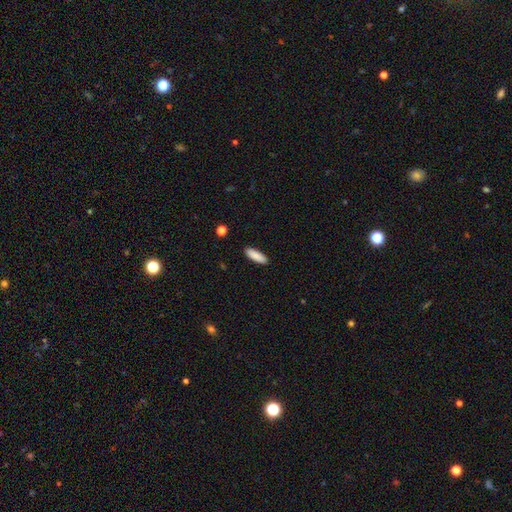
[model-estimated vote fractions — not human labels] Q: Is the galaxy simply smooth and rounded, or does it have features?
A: smooth — 88%.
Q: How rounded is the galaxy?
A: cigar-shaped — 51%.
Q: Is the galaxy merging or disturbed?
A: none — 90%.